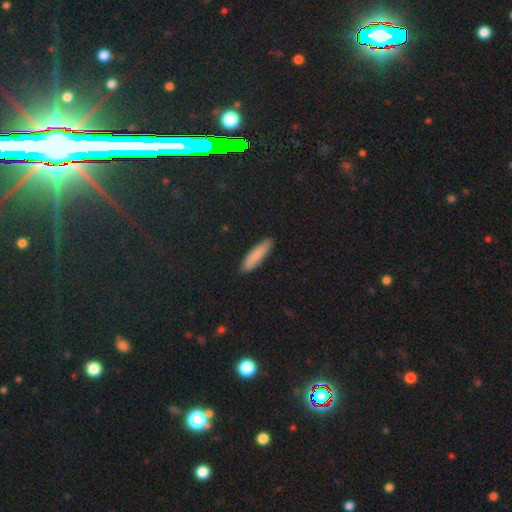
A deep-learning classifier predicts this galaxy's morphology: Smooth or featured? Predicted: smooth (p=0.85). How rounded? Predicted: cigar-shaped (p=0.78). Merging? Predicted: none (p=0.90).